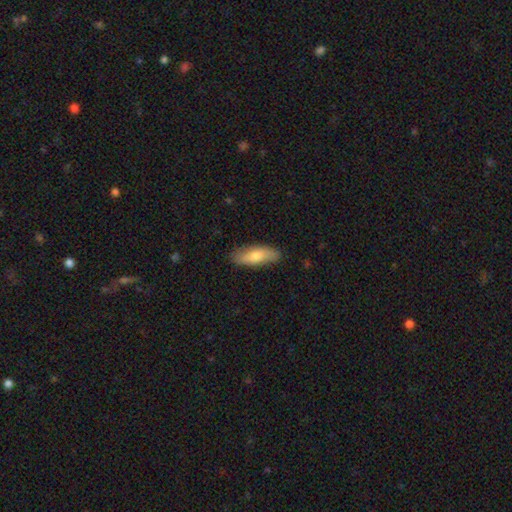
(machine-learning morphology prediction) smooth-or-featured: smooth: 73% | featured or disk: 21% | star or artifact: 6%
  how-rounded: in between: 59% | cigar-shaped: 39% | round: 2%
  merging: none: 86% | minor disturbance: 11% | major disturbance: 2% | merger: 1%